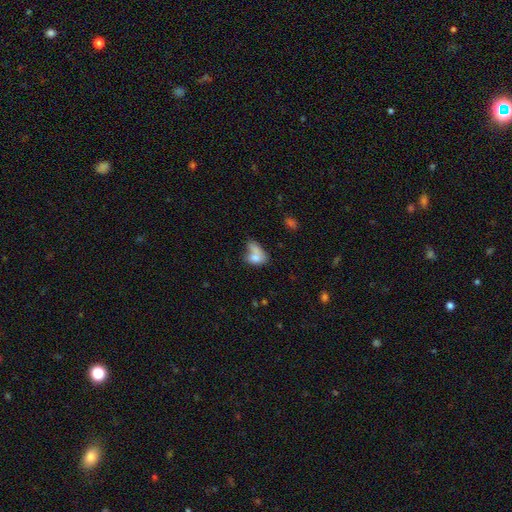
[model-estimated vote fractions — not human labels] smooth 73%, featured or disk 18%, star or artifact 9%. Down the decision tree: how rounded — in between (80%); merging — merger (50%).